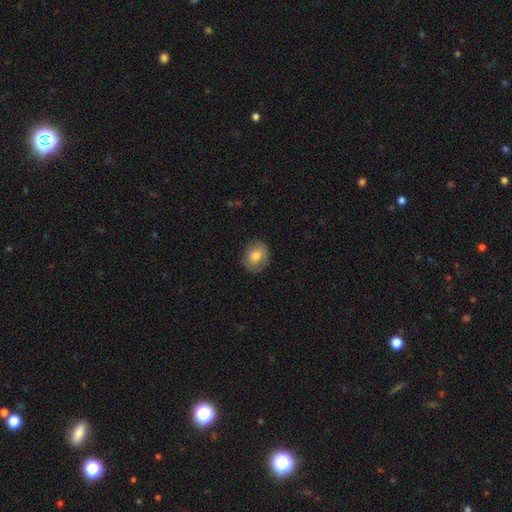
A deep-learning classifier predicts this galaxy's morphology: Smooth or featured? Predicted: smooth (p=0.75). How rounded? Predicted: round (p=0.64). Merging? Predicted: none (p=0.79).